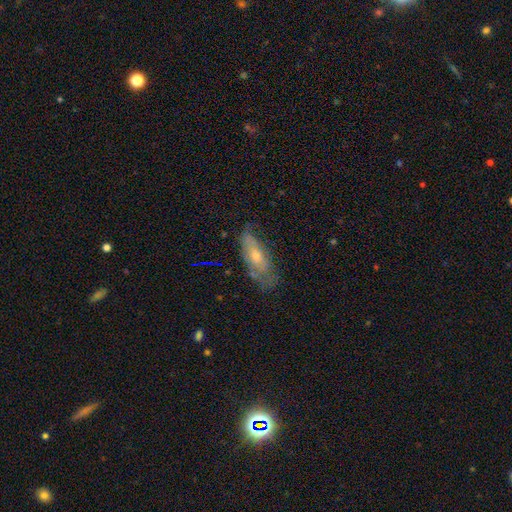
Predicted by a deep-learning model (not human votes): A featured or disk galaxy (51%).

Vote fractions:
- Smooth or featured? featured or disk: 51% / smooth: 41% / star or artifact: 8%
- Edge-on disk? no: 77% / yes: 23%
- Merging? none: 54% / minor disturbance: 30% / major disturbance: 14% / merger: 2%